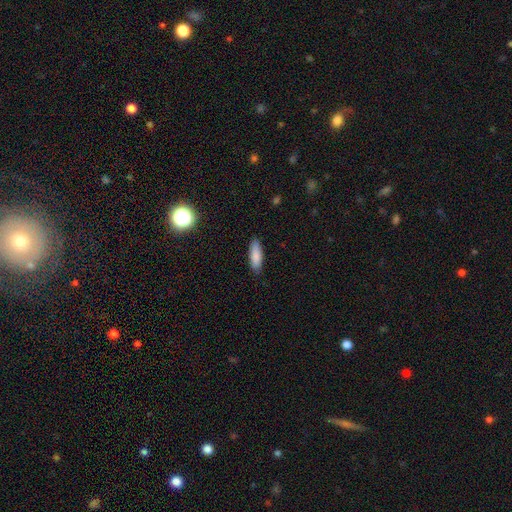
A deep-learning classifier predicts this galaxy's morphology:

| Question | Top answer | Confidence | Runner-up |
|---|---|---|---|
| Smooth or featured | smooth | 85% | featured or disk (8%) |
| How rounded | in between | 52% | cigar-shaped (46%) |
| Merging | none | 86% | minor disturbance (11%) |